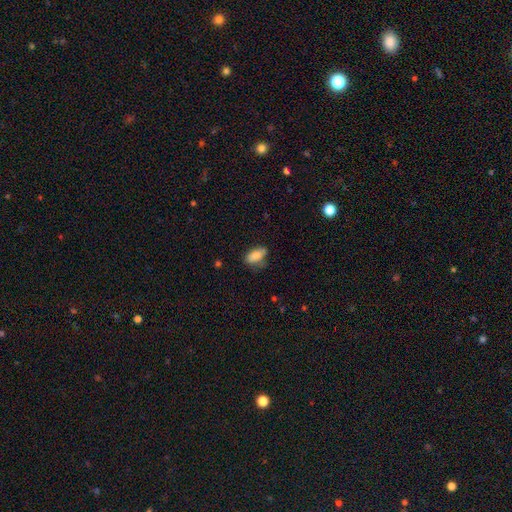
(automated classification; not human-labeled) Morphology: type=smooth (84%); roundness=in between (90%); merging=none (60%).